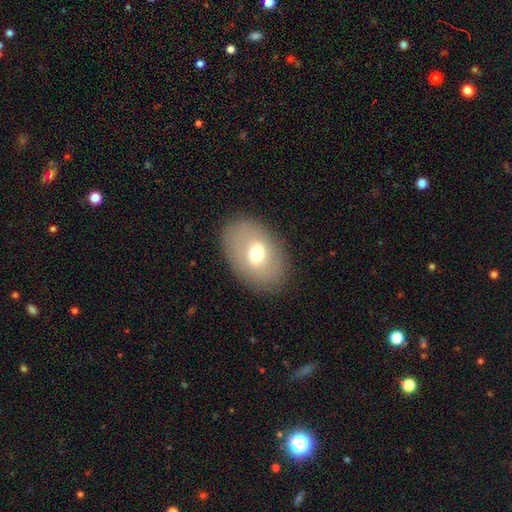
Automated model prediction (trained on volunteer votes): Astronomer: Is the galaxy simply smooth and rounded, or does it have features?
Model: smooth — 60%.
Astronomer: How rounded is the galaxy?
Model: in between — 82%.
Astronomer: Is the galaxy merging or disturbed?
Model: none — 84%.